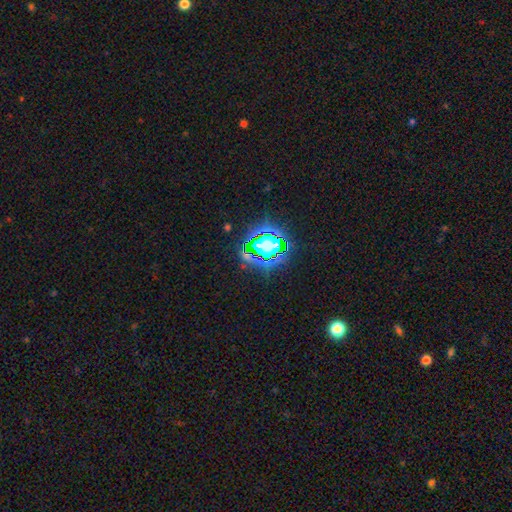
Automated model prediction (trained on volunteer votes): Smooth or featured?
  - star or artifact: 81% *
  - smooth: 12%
  - featured or disk: 7%